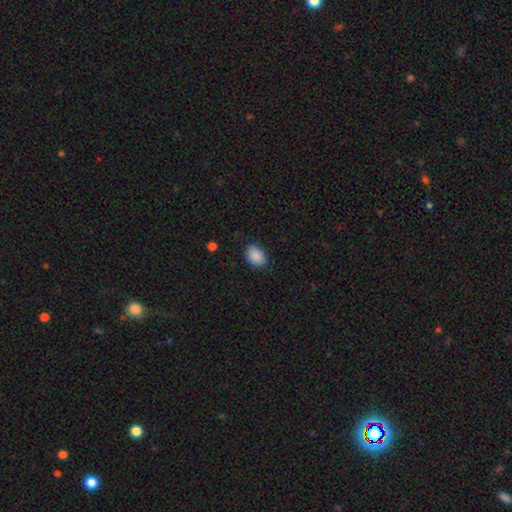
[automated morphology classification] Smooth or featured? smooth (89%)
How rounded? in between (77%)
Merging? none (86%)